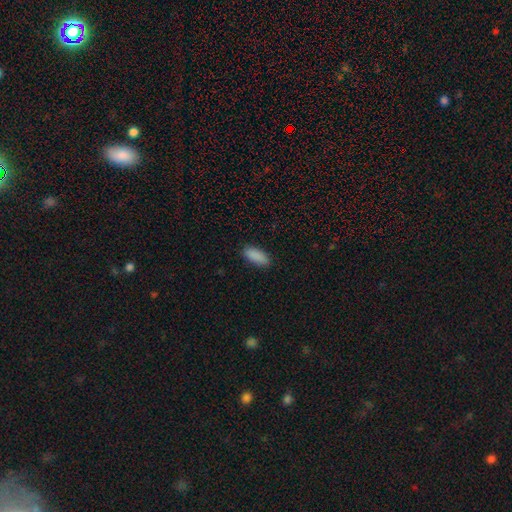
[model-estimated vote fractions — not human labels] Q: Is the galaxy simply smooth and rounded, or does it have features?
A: smooth — 90%.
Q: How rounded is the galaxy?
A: in between — 82%.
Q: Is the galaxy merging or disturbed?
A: none — 87%.